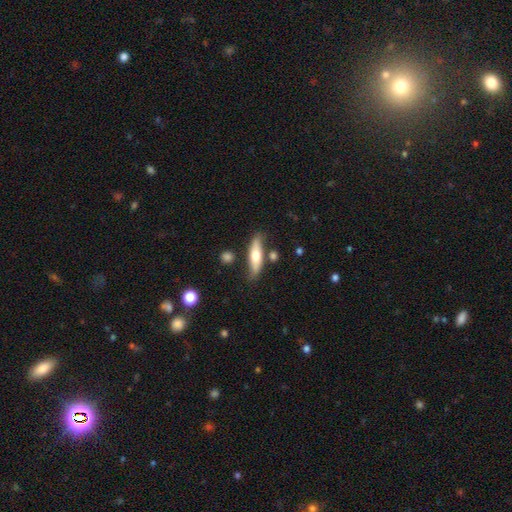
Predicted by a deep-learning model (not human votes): Smooth or featured? Predicted: smooth (p=0.56). How rounded? Predicted: cigar-shaped (p=0.63). Merging? Predicted: none (p=0.72).